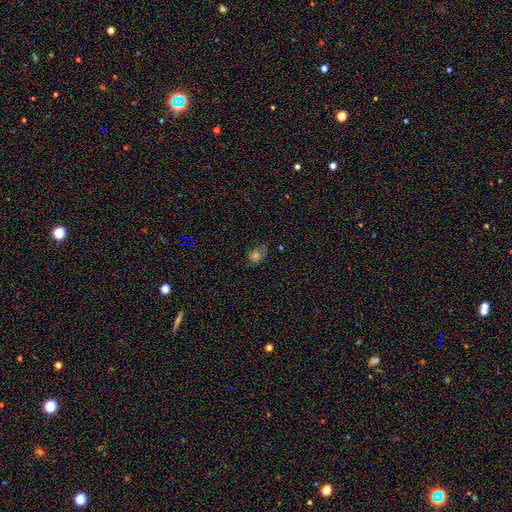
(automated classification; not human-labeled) Smooth or featured? smooth (58%)
How rounded? round (56%)
Merging? none (56%)